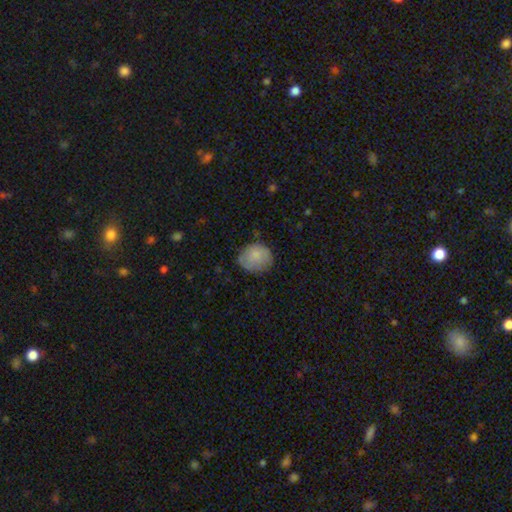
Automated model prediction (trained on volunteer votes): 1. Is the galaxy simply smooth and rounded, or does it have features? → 82% smooth, 10% featured or disk, 7% star or artifact.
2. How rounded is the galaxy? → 73% round, 27% in between, 1% cigar-shaped.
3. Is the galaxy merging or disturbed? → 70% none, 23% minor disturbance, 6% major disturbance, 1% merger.